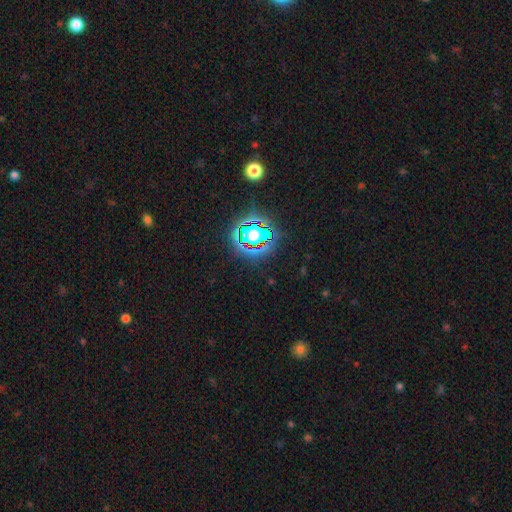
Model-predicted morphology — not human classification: Smooth or featured? Predicted: star or artifact (p=0.81).